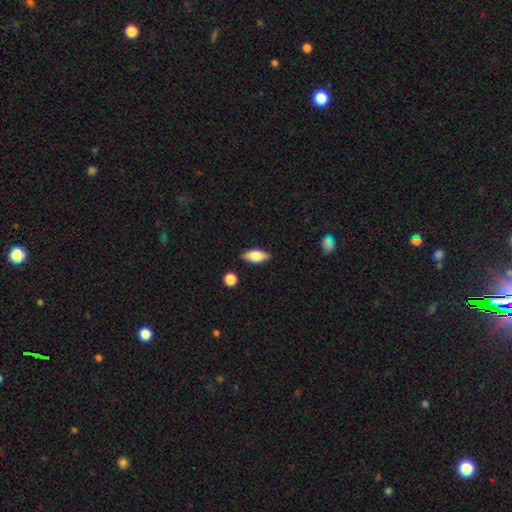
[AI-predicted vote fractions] This is likely a smooth galaxy (75%). How rounded: clearly in between (82%). Merging: clearly none (85%).